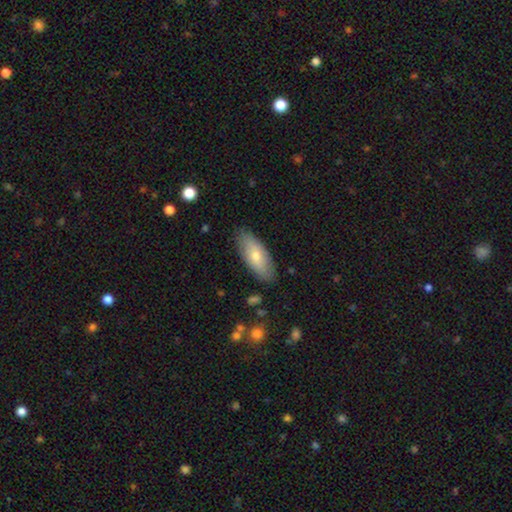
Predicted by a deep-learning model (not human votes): This appears to be a smooth galaxy with no disk features (66%) that is in between round and cigar-shaped (79%). Merging: none (85%).